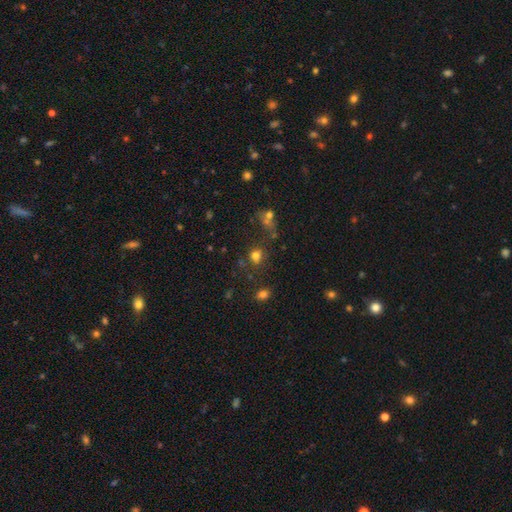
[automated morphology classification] smooth-or-featured: smooth: 72% | star or artifact: 20% | featured or disk: 8%
  how-rounded: round: 66% | in between: 33% | cigar-shaped: 1%
  merging: none: 62% | merger: 15% | minor disturbance: 15% | major disturbance: 8%